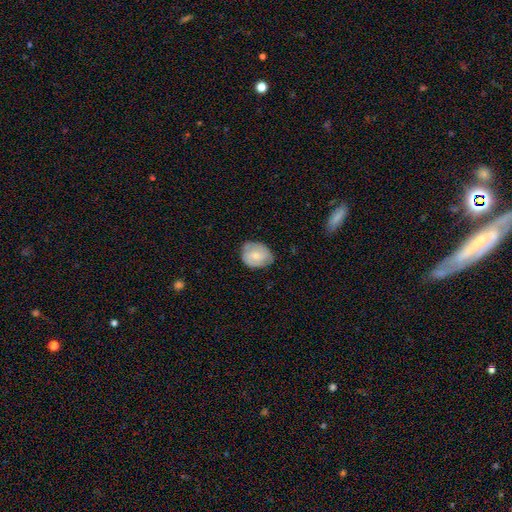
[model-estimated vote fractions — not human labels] Smooth or featured?
  - smooth: 58% *
  - featured or disk: 35%
  - star or artifact: 6%
How rounded?
  - round: 50% *
  - in between: 49%
  - cigar-shaped: 1%
Merging?
  - none: 67% *
  - minor disturbance: 26%
  - major disturbance: 5%
  - merger: 1%